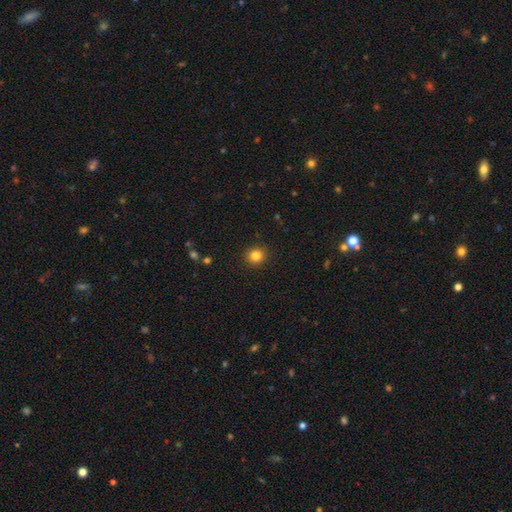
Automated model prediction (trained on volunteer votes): Morphology: type=smooth (84%); roundness=round (87%); merging=none (91%).